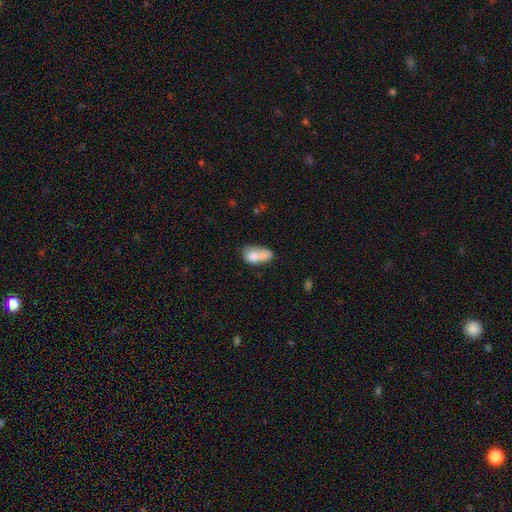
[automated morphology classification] Smooth or featured: smooth — 70% (featured or disk — 21%)
How rounded: in between — 79% (round — 18%)
Merging: merger — 62% (none — 18%)